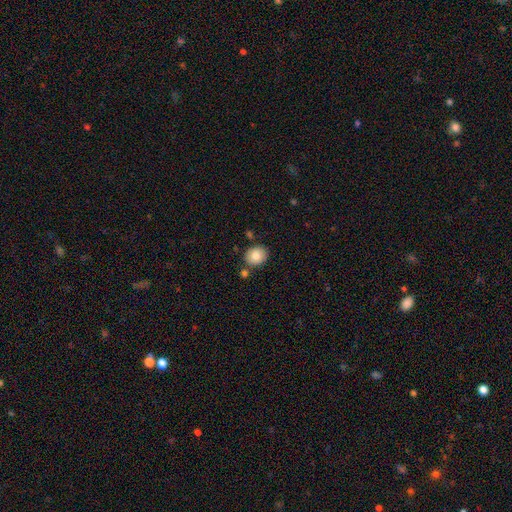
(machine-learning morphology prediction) Smooth or featured? smooth (82%)
How rounded? round (71%)
Merging? none (80%)